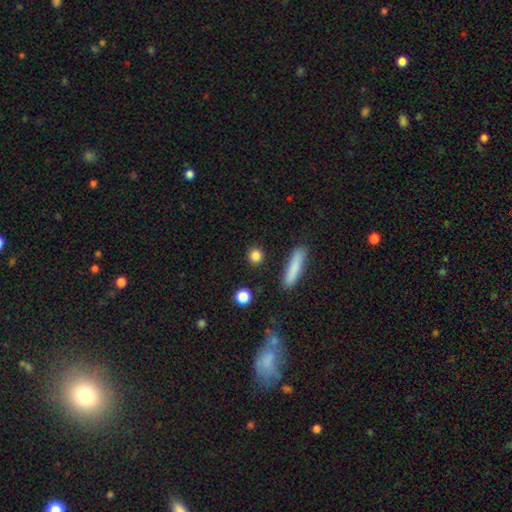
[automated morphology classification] This is clearly a smooth galaxy (85%). How rounded: clearly round (80%). Merging: clearly none (89%).